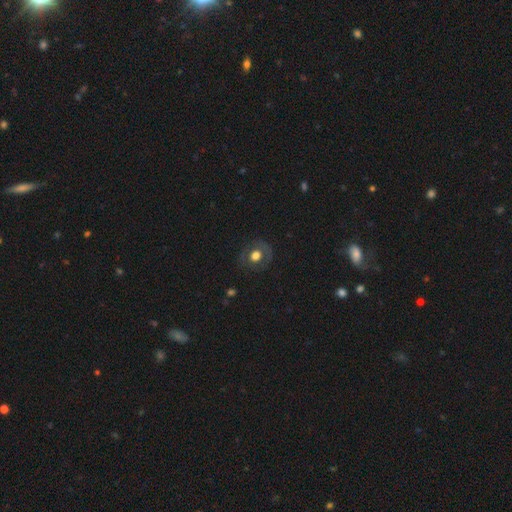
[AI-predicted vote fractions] smooth 54%, featured or disk 35%, star or artifact 10%. Down the decision tree: how rounded — round (74%); merging — none (80%).